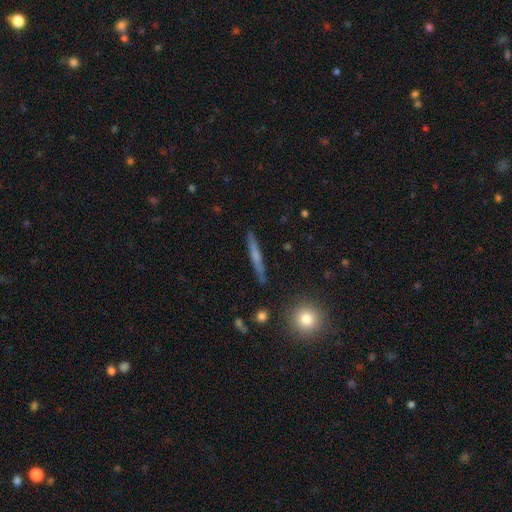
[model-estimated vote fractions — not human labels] Morphology: type=smooth (48%); merging=none (88%).